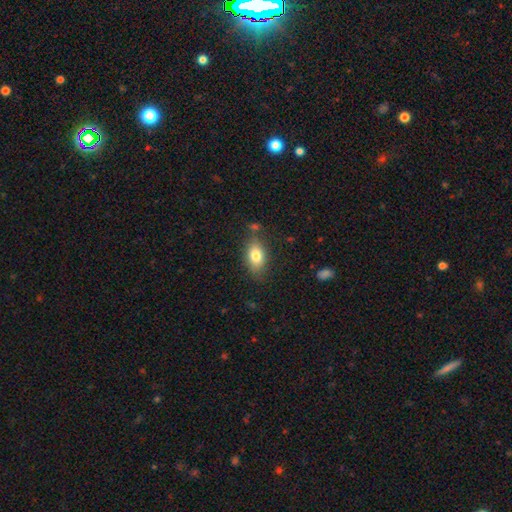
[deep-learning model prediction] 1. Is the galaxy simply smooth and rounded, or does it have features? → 79% smooth, 13% featured or disk, 8% star or artifact.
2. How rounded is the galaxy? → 86% in between, 9% round, 5% cigar-shaped.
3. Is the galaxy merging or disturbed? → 76% none, 17% minor disturbance, 4% major disturbance, 4% merger.